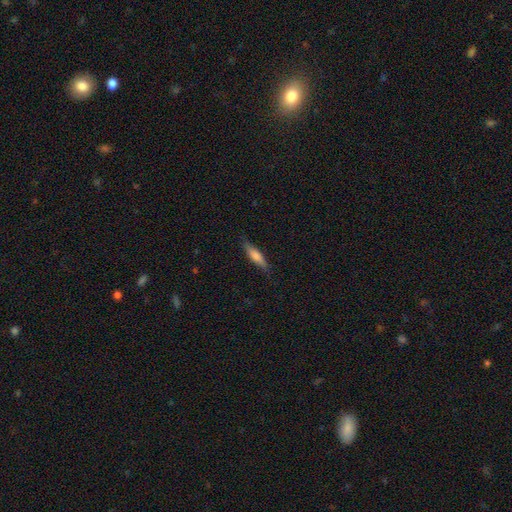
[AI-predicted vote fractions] Smooth or featured: smooth — 67% (featured or disk — 27%)
How rounded: cigar-shaped — 72% (in between — 26%)
Merging: none — 83% (minor disturbance — 13%)